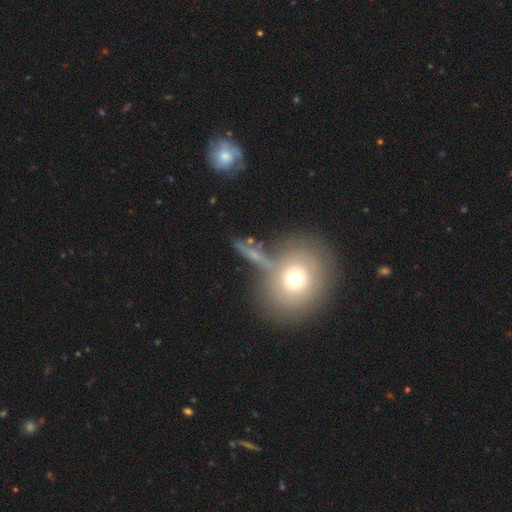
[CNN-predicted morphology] Smooth or featured? smooth (43%)
Merging? none (60%)